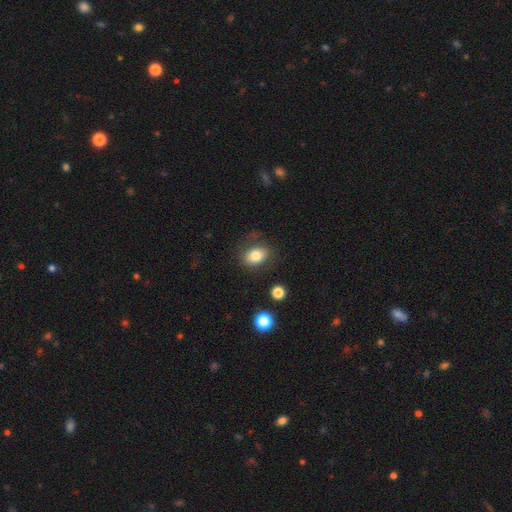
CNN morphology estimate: Q: Smooth or featured?
A: smooth (80%); runner-up: featured or disk (11%)
Q: How rounded?
A: in between (67%); runner-up: round (32%)
Q: Merging?
A: none (73%); runner-up: minor disturbance (17%)